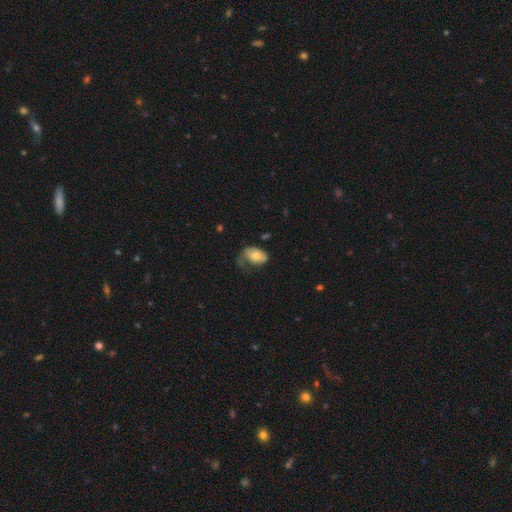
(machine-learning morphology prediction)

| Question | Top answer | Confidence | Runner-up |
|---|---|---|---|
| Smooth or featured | smooth | 64% | featured or disk (29%) |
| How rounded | in between | 87% | round (12%) |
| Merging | major disturbance | 39% | minor disturbance (30%) |